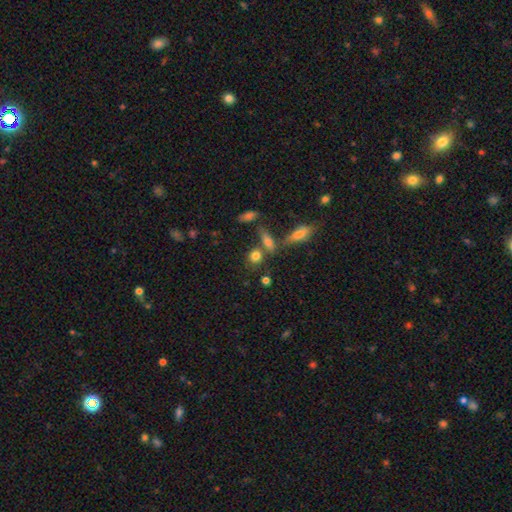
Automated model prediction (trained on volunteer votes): smooth 78%, star or artifact 12%, featured or disk 10%. Down the decision tree: how rounded — round (62%); merging — none (59%).